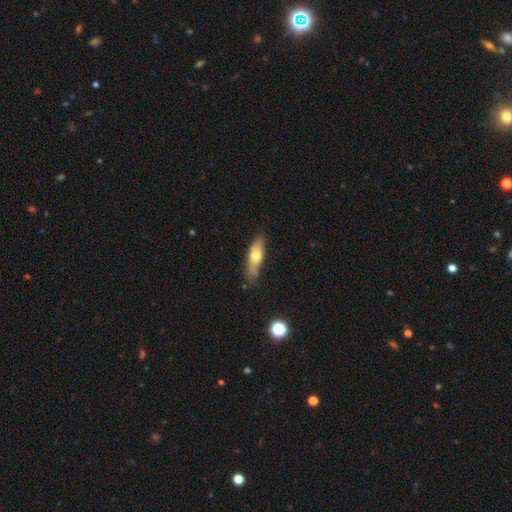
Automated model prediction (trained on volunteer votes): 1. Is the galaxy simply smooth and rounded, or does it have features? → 57% smooth, 36% featured or disk, 7% star or artifact.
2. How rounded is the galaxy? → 50% cigar-shaped, 47% in between, 3% round.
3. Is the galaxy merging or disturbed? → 69% none, 23% minor disturbance, 5% major disturbance, 3% merger.